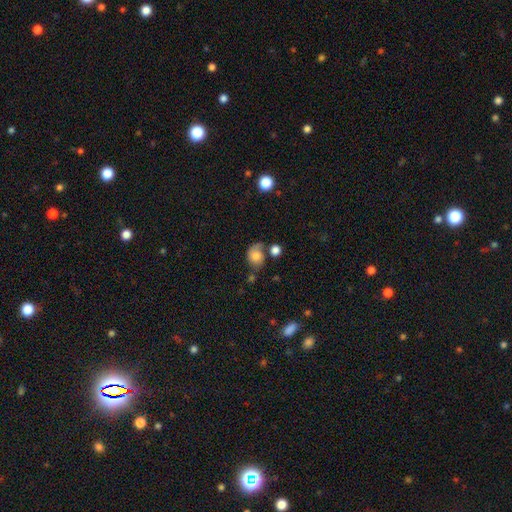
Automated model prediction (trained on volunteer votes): Morphology: type=smooth (62%); roundness=round (54%); merging=none (42%).